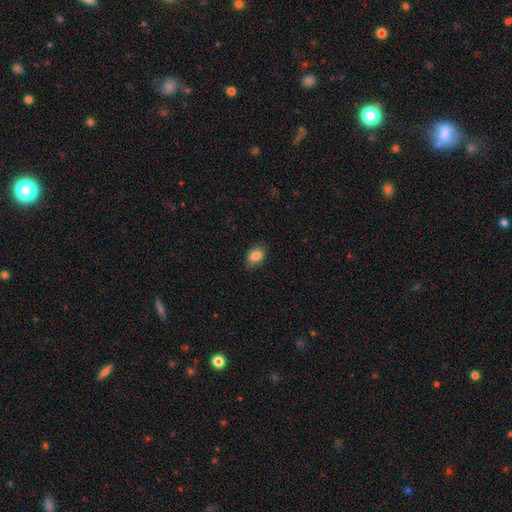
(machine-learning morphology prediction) A smooth galaxy with no disk features (86%) that is in between round and cigar-shaped (75%). Merging: none (82%).